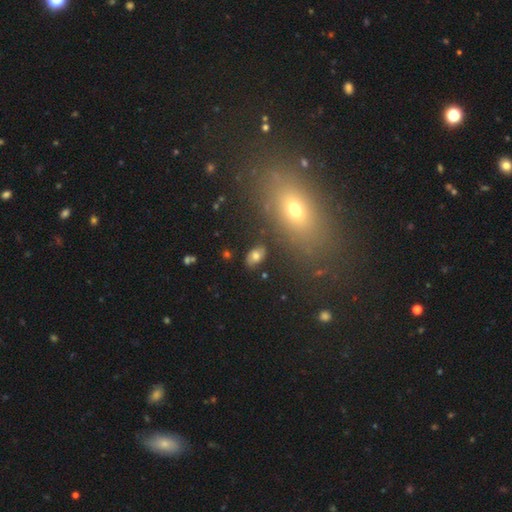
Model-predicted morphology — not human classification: Smooth or featured?
  - smooth: 70% *
  - featured or disk: 18%
  - star or artifact: 12%
How rounded?
  - in between: 88% *
  - round: 10%
  - cigar-shaped: 2%
Merging?
  - none: 82% *
  - minor disturbance: 11%
  - major disturbance: 4%
  - merger: 3%